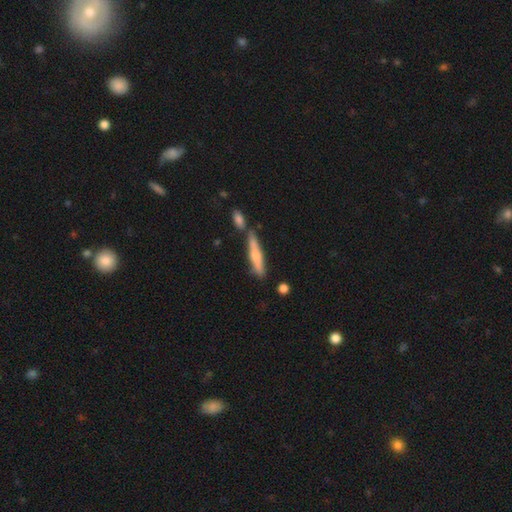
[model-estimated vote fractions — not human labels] smooth-or-featured: smooth: 58% | featured or disk: 36% | star or artifact: 6%
  how-rounded: cigar-shaped: 87% | in between: 11% | round: 2%
  merging: none: 66% | merger: 16% | minor disturbance: 15% | major disturbance: 4%